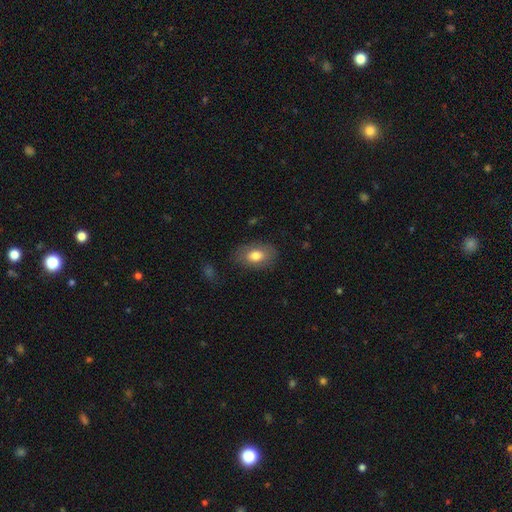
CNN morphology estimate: This is likely a smooth galaxy (77%). How rounded: clearly in between (87%). Merging: likely none (80%).